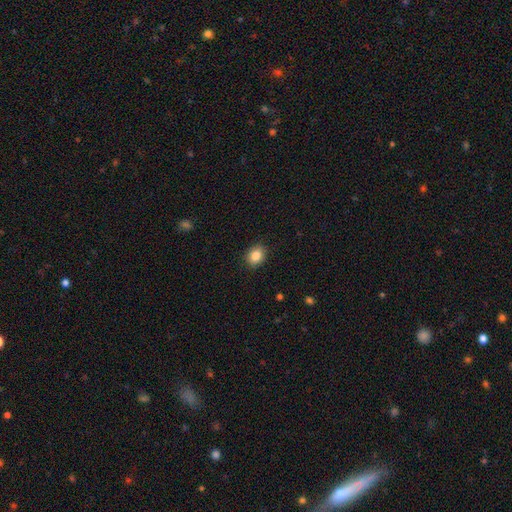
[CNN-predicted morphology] This is clearly a smooth galaxy (85%). How rounded: possibly in between (56%). Merging: clearly none (89%).